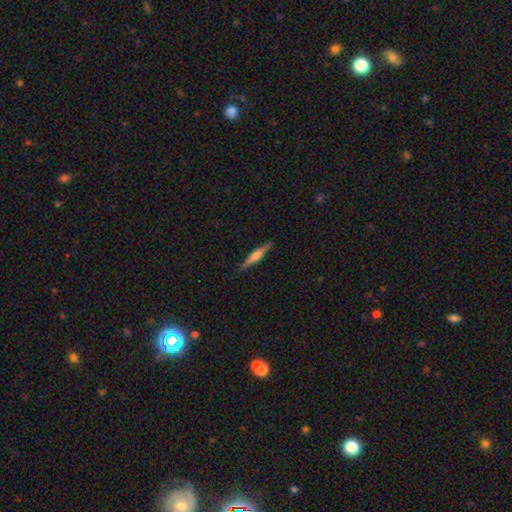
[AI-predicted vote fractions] smooth_or_featured: featured or disk (p=0.62) [alt: smooth p=0.32]
disk_edge_on: yes (p=0.98) [alt: no p=0.02]
edge_on_bulge: rounded (p=0.72) [alt: boxy p=0.19]
merging: none (p=0.90) [alt: minor disturbance p=0.07]